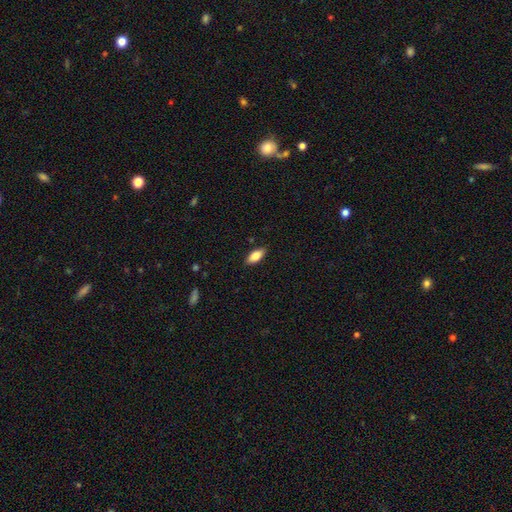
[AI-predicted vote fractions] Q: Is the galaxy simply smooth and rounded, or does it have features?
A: smooth — 78%.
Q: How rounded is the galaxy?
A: in between — 83%.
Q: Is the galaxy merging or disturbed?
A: none — 88%.